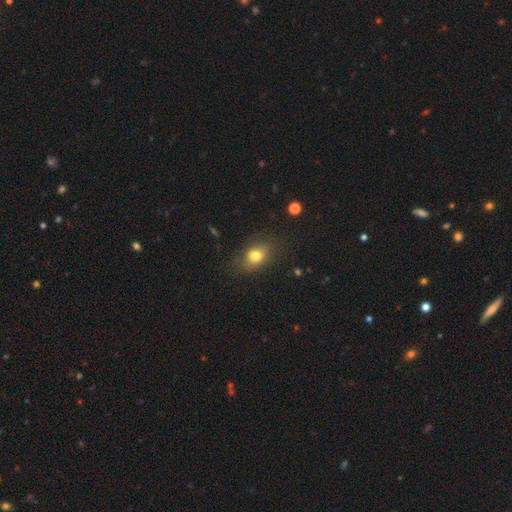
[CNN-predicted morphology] Smooth or featured? smooth (77%)
How rounded? in between (64%)
Merging? none (74%)